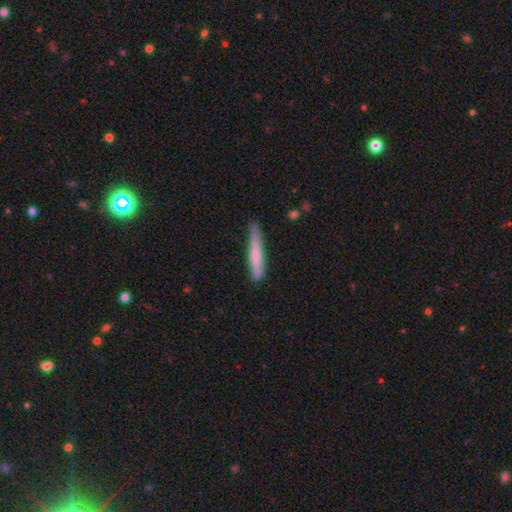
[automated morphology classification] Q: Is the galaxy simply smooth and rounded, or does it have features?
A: smooth — 70%.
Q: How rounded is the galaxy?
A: cigar-shaped — 93%.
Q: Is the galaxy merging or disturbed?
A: none — 74%.